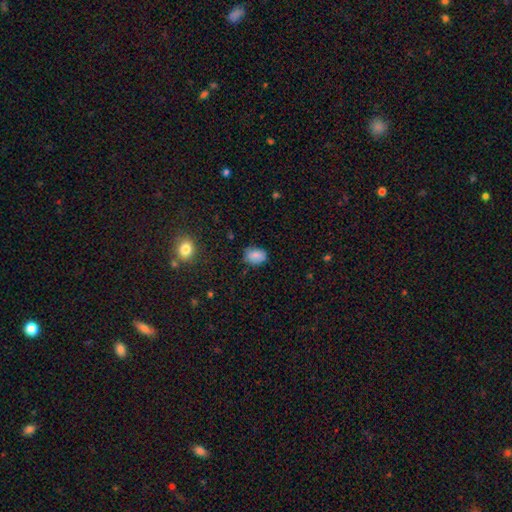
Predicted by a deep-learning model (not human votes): This is clearly a smooth galaxy (83%). How rounded: likely in between (73%). Merging: likely none (73%).